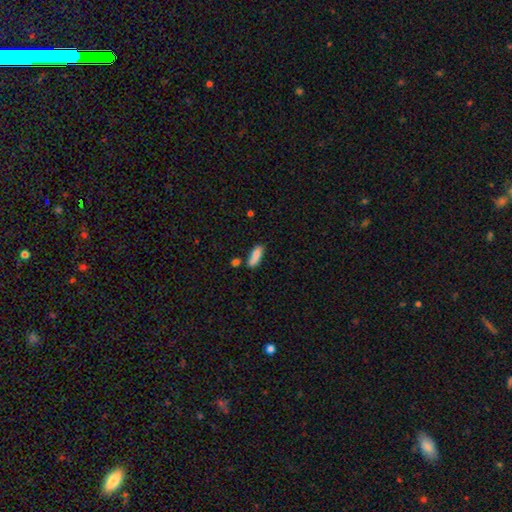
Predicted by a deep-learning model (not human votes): Q: Smooth or featured?
A: smooth (82%); runner-up: featured or disk (11%)
Q: How rounded?
A: in between (59%); runner-up: cigar-shaped (38%)
Q: Merging?
A: none (61%); runner-up: minor disturbance (19%)